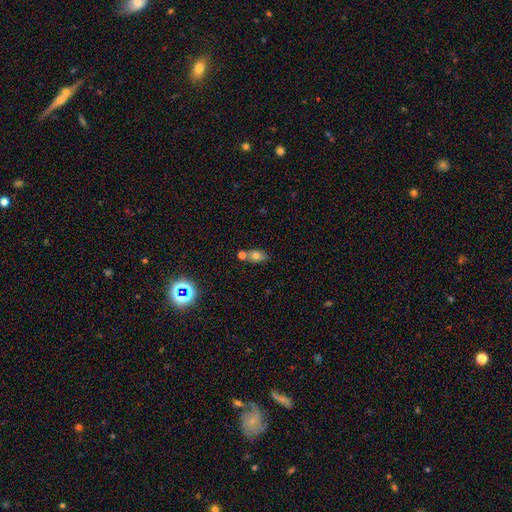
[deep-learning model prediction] Q: Smooth or featured?
A: smooth (72%); runner-up: featured or disk (15%)
Q: How rounded?
A: in between (80%); runner-up: round (17%)
Q: Merging?
A: none (57%); runner-up: merger (27%)